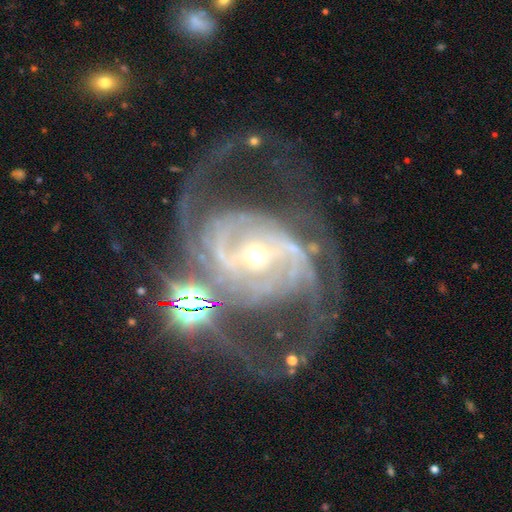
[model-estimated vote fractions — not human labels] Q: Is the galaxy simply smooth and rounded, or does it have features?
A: featured or disk — 89%.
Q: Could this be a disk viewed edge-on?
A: no — 97%.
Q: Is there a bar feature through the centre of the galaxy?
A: strong — 40%.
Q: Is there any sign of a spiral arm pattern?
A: yes — 96%.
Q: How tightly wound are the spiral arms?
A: medium — 51%.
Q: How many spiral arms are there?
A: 2 — 63%.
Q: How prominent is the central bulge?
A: small — 66%.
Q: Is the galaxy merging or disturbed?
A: none — 54%.